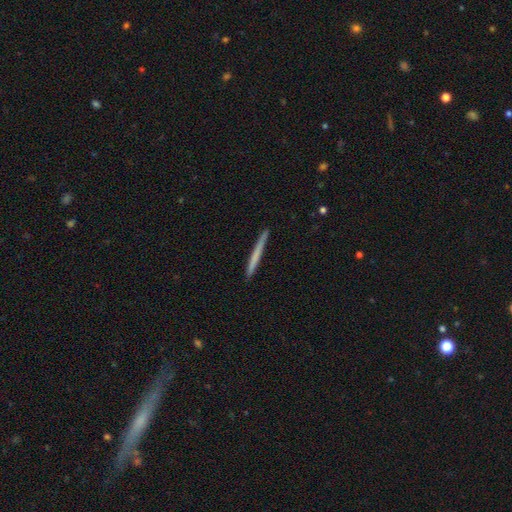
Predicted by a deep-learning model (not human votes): Smooth or featured: smooth — 60% (featured or disk — 34%)
How rounded: cigar-shaped — 97% (in between — 2%)
Merging: none — 92% (minor disturbance — 6%)